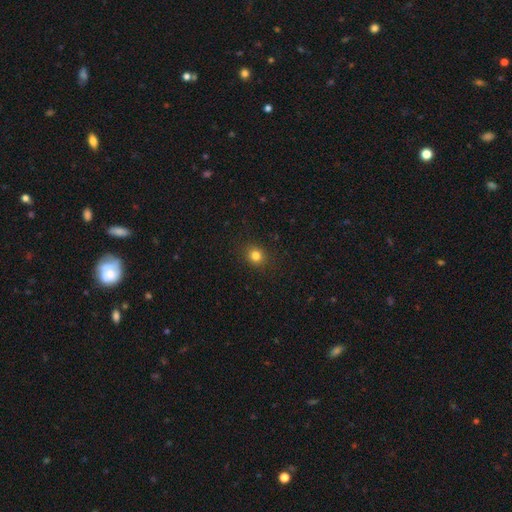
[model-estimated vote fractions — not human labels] This is clearly a smooth galaxy (81%). How rounded: clearly round (82%). Merging: clearly none (90%).